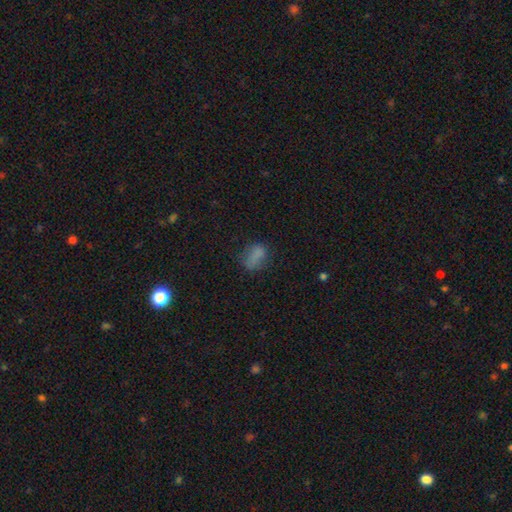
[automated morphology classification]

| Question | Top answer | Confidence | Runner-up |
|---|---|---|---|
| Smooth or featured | smooth | 73% | star or artifact (15%) |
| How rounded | in between | 80% | round (16%) |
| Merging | none | 52% | minor disturbance (27%) |